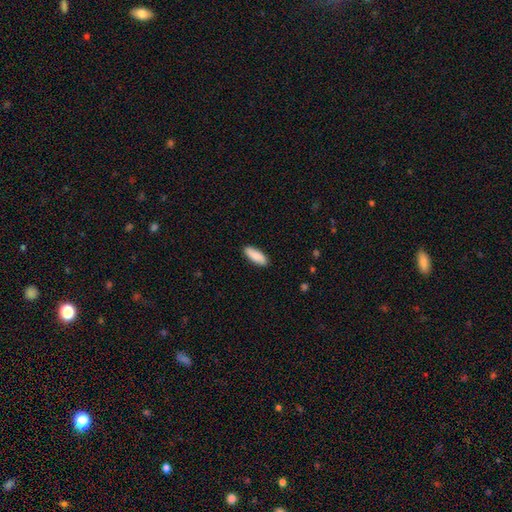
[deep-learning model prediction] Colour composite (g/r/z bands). It shows a smooth galaxy with no disk features (84%) that is in between round and cigar-shaped (65%). Merging: none (89%).